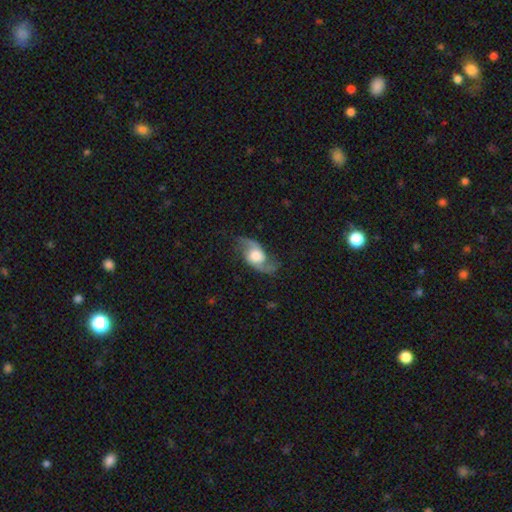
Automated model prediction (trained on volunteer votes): Morphology: type=featured or disk (83%); edge-on=no (94%); bar=no (63%); spiral arms=yes (95%); winding=loose (62%); arm count=2 (93%); bulge=large (47%); merging=none (74%).